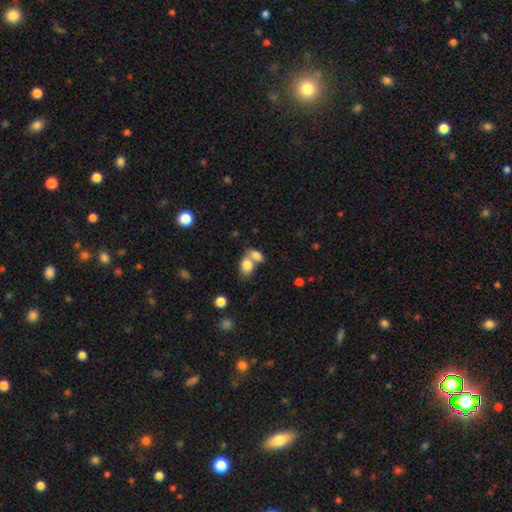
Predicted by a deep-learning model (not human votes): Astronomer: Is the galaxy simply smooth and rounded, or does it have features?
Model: smooth — 79%.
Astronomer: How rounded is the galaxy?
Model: in between — 80%.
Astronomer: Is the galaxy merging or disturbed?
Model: merger — 63%.